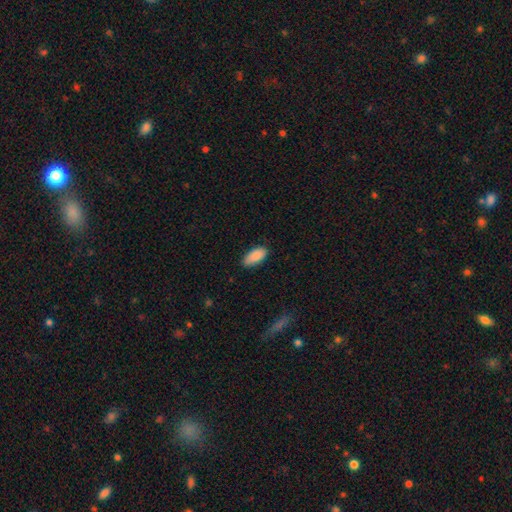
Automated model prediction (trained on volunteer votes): smooth_or_featured: smooth (p=0.89) [alt: star or artifact p=0.06]
how_rounded: in between (p=0.91) [alt: cigar-shaped p=0.07]
merging: none (p=0.83) [alt: minor disturbance p=0.14]